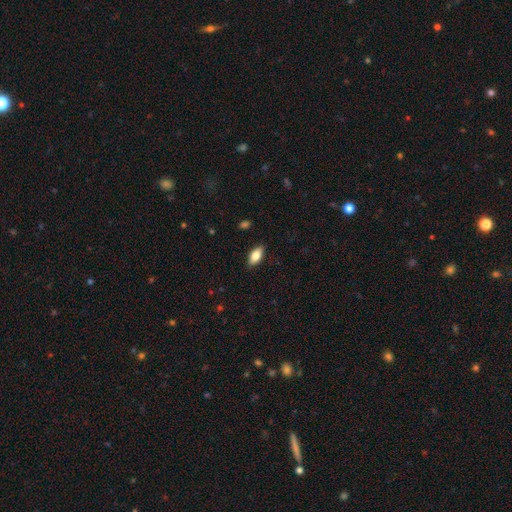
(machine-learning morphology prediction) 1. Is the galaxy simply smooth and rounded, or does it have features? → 80% smooth, 13% featured or disk, 7% star or artifact.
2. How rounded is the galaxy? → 89% in between, 8% cigar-shaped, 3% round.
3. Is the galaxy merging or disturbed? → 87% none, 10% minor disturbance, 2% major disturbance, 1% merger.